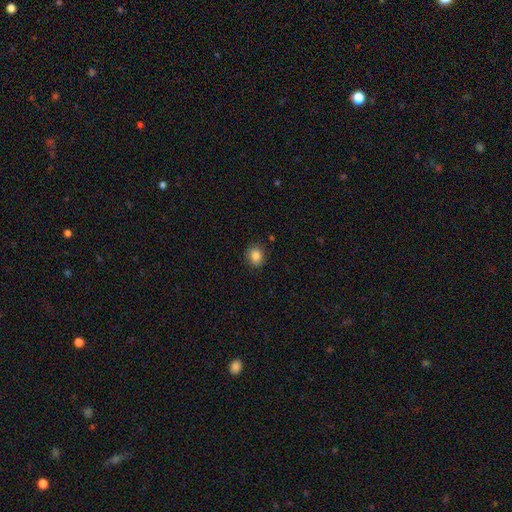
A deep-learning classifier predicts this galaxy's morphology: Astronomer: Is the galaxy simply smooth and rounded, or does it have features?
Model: smooth — 85%.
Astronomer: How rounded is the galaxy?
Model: round — 68%.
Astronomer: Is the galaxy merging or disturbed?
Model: none — 85%.